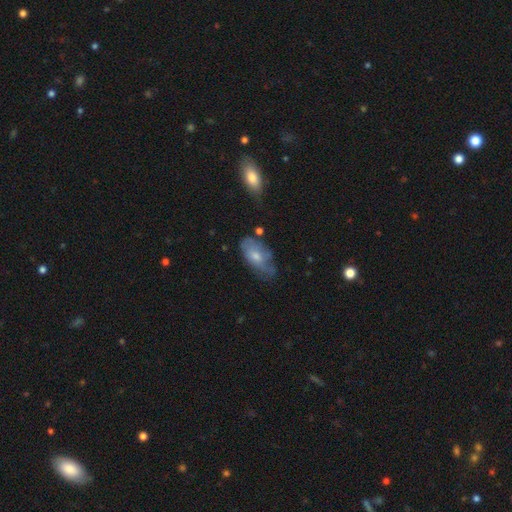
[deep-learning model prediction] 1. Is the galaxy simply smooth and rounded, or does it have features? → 48% smooth, 43% featured or disk, 9% star or artifact.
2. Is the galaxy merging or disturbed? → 55% none, 30% minor disturbance, 11% major disturbance, 4% merger.